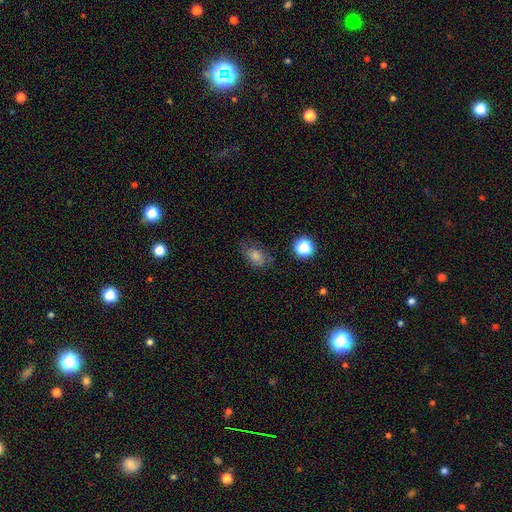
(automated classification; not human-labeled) smooth 65%, star or artifact 18%, featured or disk 17%. Down the decision tree: how rounded — in between (76%); merging — none (71%).